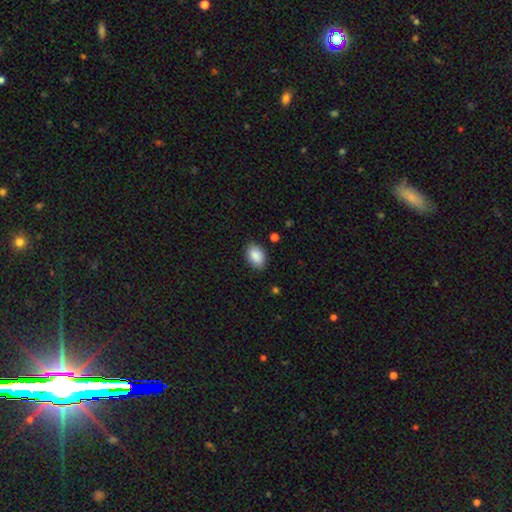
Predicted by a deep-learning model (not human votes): Smooth or featured? Predicted: smooth (p=0.89). How rounded? Predicted: in between (p=0.86). Merging? Predicted: none (p=0.86).